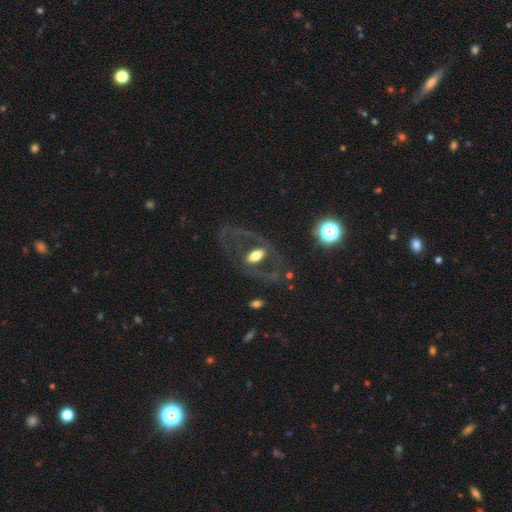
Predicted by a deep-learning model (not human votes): Smooth or featured? Predicted: featured or disk (p=0.62). Edge-on disk? Predicted: no (p=0.86). Bar? Predicted: no (p=0.40). Spiral arms? Predicted: no (p=0.54). Bulge size? Predicted: moderate (p=0.44). Merging? Predicted: none (p=0.61).